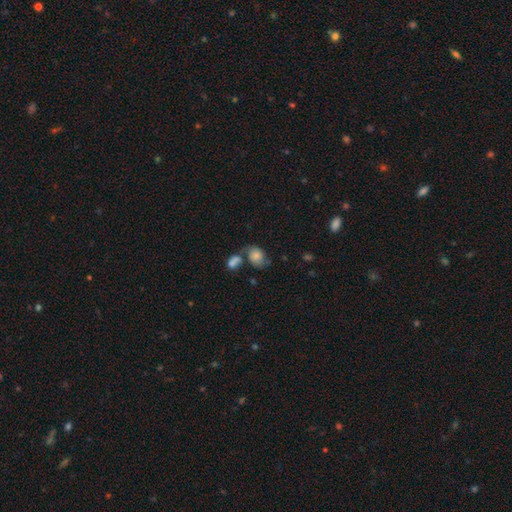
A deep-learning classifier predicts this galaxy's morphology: A smooth galaxy with no disk features (70%) that is in between round and cigar-shaped (56%).

Vote fractions:
- Smooth or featured? smooth: 70% / featured or disk: 20% / star or artifact: 10%
- How rounded? in between: 56% / round: 43% / cigar-shaped: 1%
- Merging? merger: 37% / none: 34% / minor disturbance: 18% / major disturbance: 11%